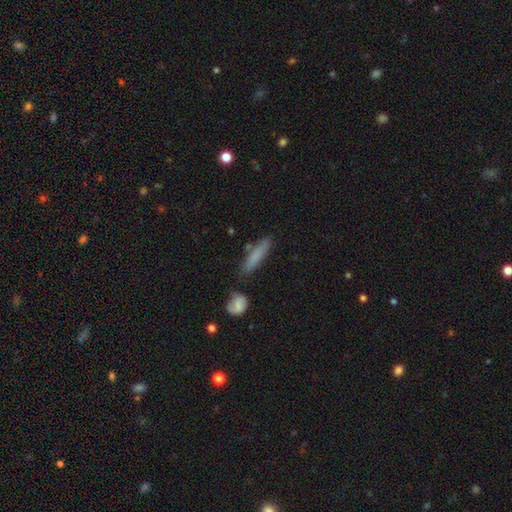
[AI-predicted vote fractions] Smooth or featured? smooth (74%)
How rounded? cigar-shaped (86%)
Merging? none (77%)